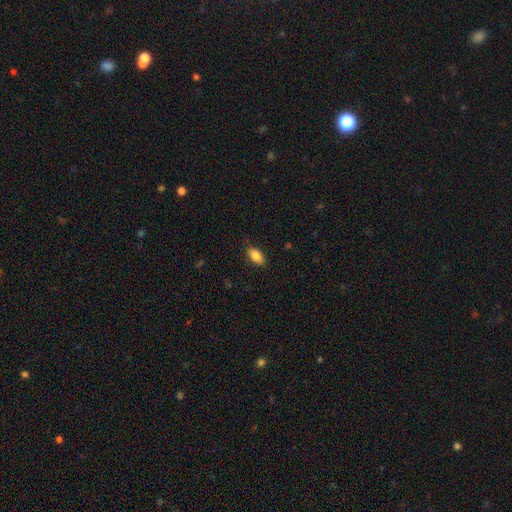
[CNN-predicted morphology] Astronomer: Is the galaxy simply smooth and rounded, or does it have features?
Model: smooth — 84%.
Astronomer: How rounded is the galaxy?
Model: in between — 90%.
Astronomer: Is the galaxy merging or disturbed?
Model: none — 83%.